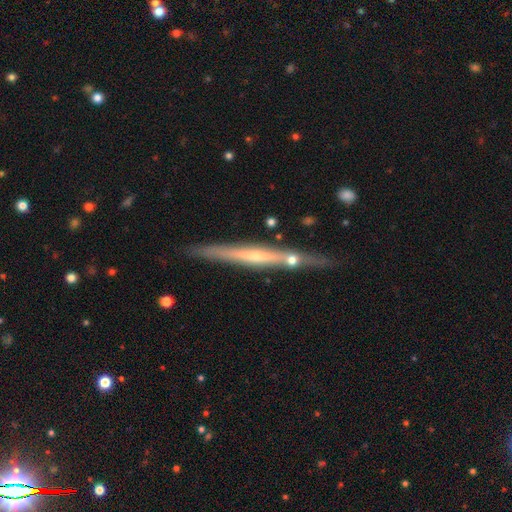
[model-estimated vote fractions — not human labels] smooth_or_featured: featured or disk (p=0.69) [alt: smooth p=0.25]
disk_edge_on: yes (p=0.97) [alt: no p=0.03]
edge_on_bulge: rounded (p=0.51) [alt: none p=0.43]
merging: none (p=0.81) [alt: minor disturbance p=0.10]